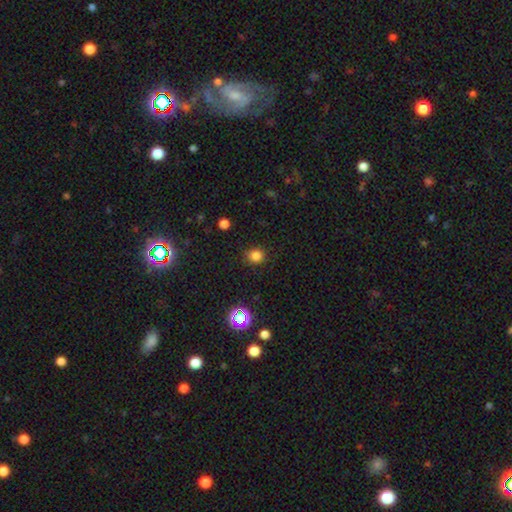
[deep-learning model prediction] This is clearly a smooth galaxy (80%). How rounded: likely round (79%). Merging: clearly none (85%).